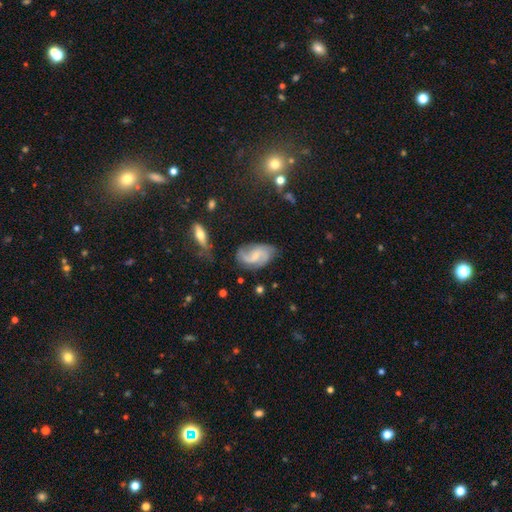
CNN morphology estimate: smooth_or_featured: featured or disk (p=0.77) [alt: smooth p=0.16]
disk_edge_on: no (p=0.97) [alt: yes p=0.03]
bar: weak (p=0.48) [alt: no p=0.41]
has_spiral_arms: yes (p=0.95) [alt: no p=0.05]
spiral_winding: medium (p=0.46) [alt: loose p=0.36]
spiral_arm_count: 2 (p=0.74) [alt: 3 p=0.10]
bulge_size: small (p=0.52) [alt: none p=0.23]
merging: none (p=0.66) [alt: minor disturbance p=0.22]